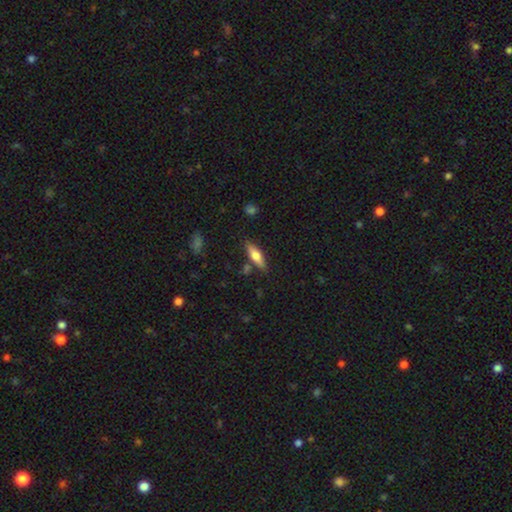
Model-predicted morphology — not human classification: smooth 52%, featured or disk 42%, star or artifact 7%. Down the decision tree: how rounded — cigar-shaped (59%); merging — none (81%).